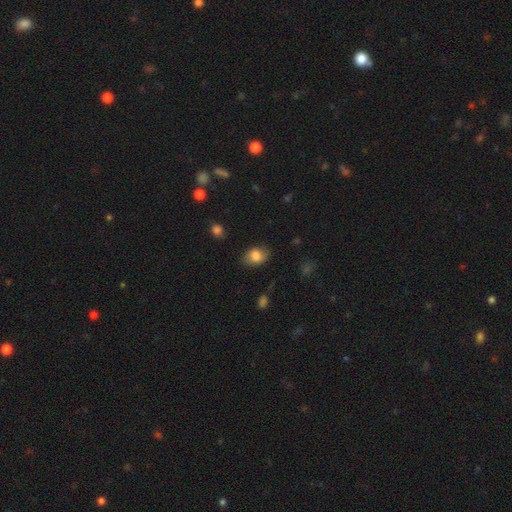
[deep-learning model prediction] Morphology: type=smooth (80%); roundness=in between (75%); merging=none (73%).